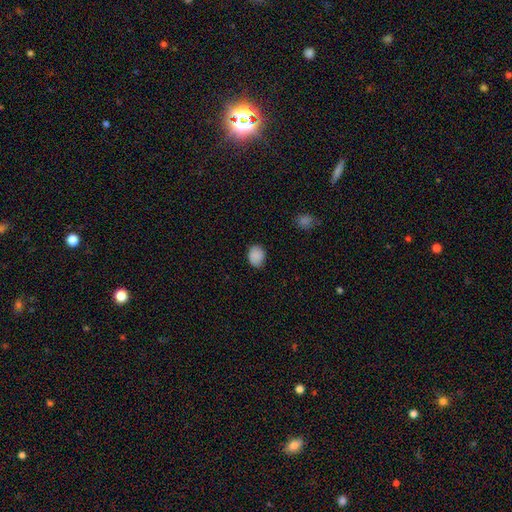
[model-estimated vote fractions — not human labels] A smooth galaxy with no disk features (87%) that is in between round and cigar-shaped (53%).

Vote fractions:
- Smooth or featured? smooth: 87% / star or artifact: 9% / featured or disk: 4%
- How rounded? in between: 53% / round: 46% / cigar-shaped: 1%
- Merging? none: 79% / minor disturbance: 17% / major disturbance: 3% / merger: 1%